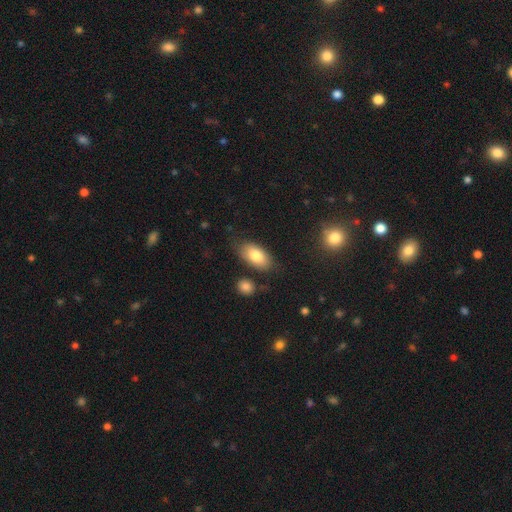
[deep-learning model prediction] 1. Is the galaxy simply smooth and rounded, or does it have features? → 79% smooth, 14% featured or disk, 7% star or artifact.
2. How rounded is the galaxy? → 92% in between, 4% round, 4% cigar-shaped.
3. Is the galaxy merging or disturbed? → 76% none, 15% minor disturbance, 5% merger, 4% major disturbance.